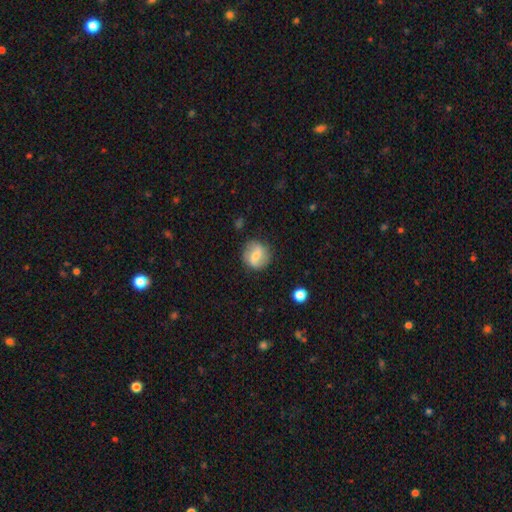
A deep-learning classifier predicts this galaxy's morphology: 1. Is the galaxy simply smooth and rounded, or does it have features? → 53% smooth, 39% featured or disk, 8% star or artifact.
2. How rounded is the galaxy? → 85% round, 14% in between, 1% cigar-shaped.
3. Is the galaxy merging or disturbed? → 81% none, 13% minor disturbance, 4% major disturbance, 2% merger.